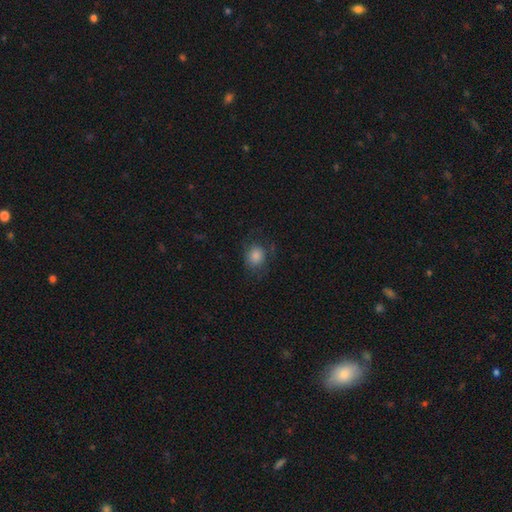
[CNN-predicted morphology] Smooth or featured? Predicted: smooth (p=0.74). How rounded? Predicted: round (p=0.68). Merging? Predicted: none (p=0.69).